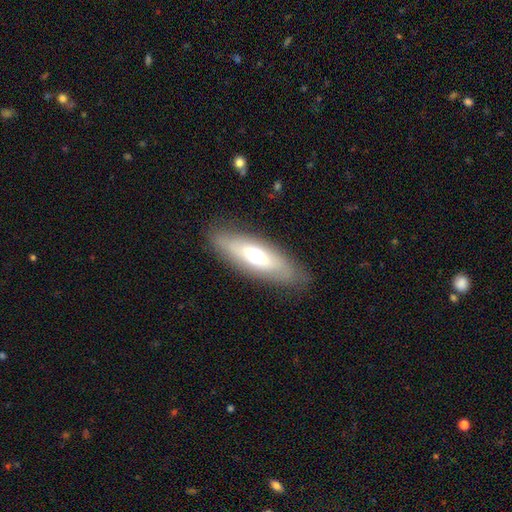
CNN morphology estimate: Overall: smooth (53%; featured or disk 40%). How rounded: in between (62%; cigar-shaped 35%). Merging: none (84%).